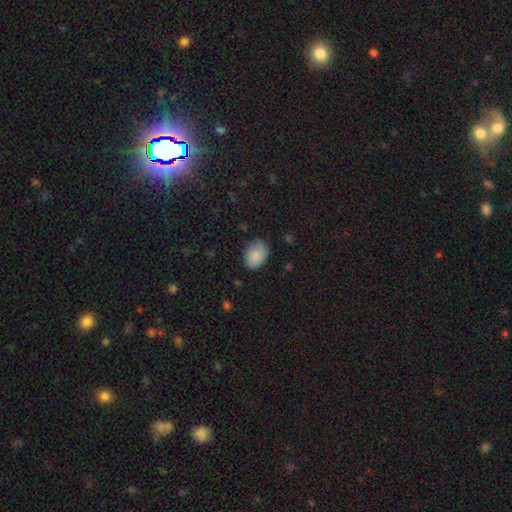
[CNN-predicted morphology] Smooth or featured?
  - smooth: 86% *
  - featured or disk: 7%
  - star or artifact: 7%
How rounded?
  - in between: 76% *
  - round: 23%
  - cigar-shaped: 1%
Merging?
  - none: 74% *
  - minor disturbance: 21%
  - major disturbance: 4%
  - merger: 1%